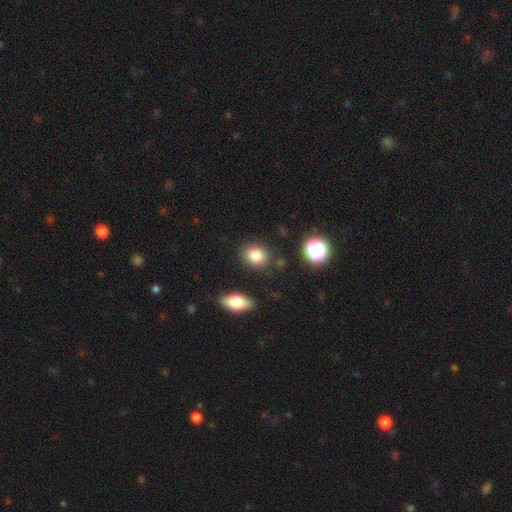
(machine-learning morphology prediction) smooth-or-featured: smooth: 83% | star or artifact: 11% | featured or disk: 6%
  how-rounded: round: 62% | in between: 36% | cigar-shaped: 2%
  merging: none: 83% | minor disturbance: 10% | merger: 4% | major disturbance: 3%